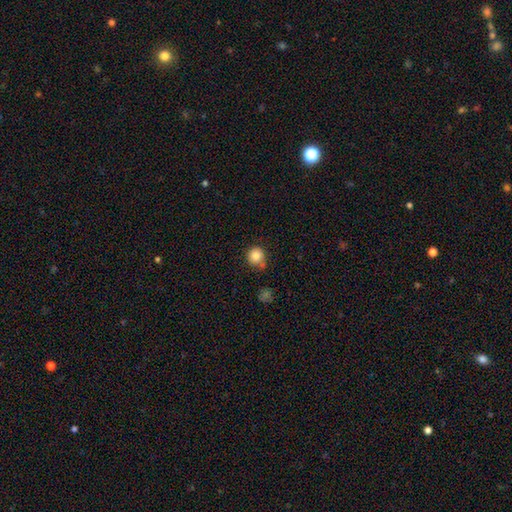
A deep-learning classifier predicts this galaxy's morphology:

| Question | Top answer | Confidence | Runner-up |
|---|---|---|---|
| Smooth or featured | smooth | 85% | star or artifact (10%) |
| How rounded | round | 92% | in between (7%) |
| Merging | none | 74% | minor disturbance (13%) |